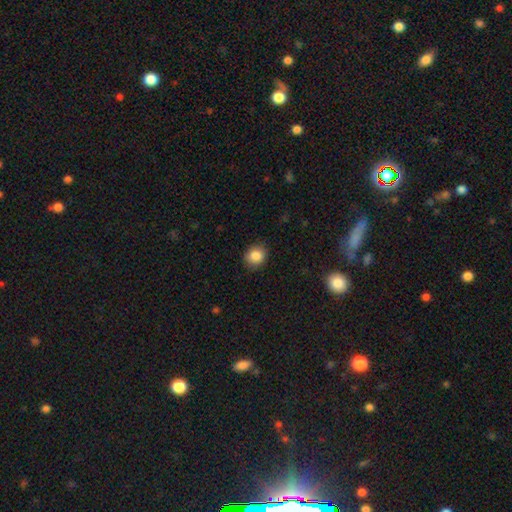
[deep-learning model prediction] smooth_or_featured: smooth (p=0.86) [alt: star or artifact p=0.09]
how_rounded: round (p=0.70) [alt: in between p=0.29]
merging: none (p=0.85) [alt: minor disturbance p=0.11]